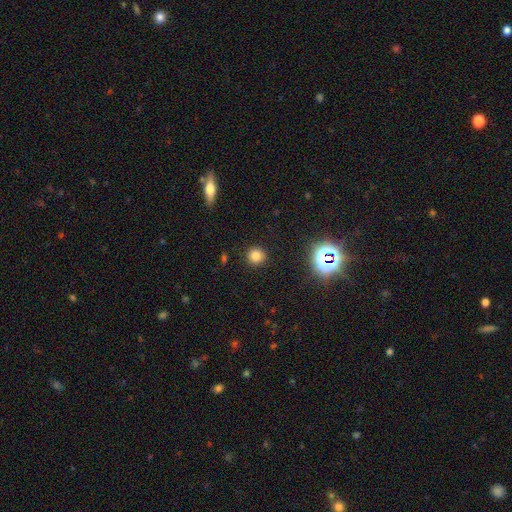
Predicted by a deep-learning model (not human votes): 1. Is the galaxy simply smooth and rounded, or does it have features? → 78% smooth, 17% star or artifact, 5% featured or disk.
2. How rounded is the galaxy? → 92% round, 7% in between, 1% cigar-shaped.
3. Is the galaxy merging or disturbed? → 90% none, 6% minor disturbance, 2% major disturbance, 1% merger.